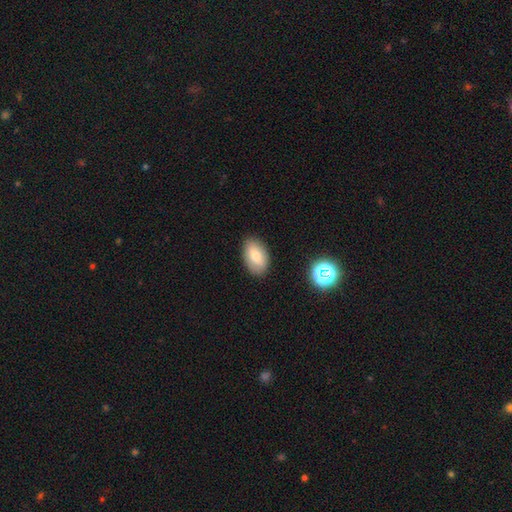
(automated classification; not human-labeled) A smooth galaxy with no disk features (72%) that is in between round and cigar-shaped (91%). Merging: none (86%).